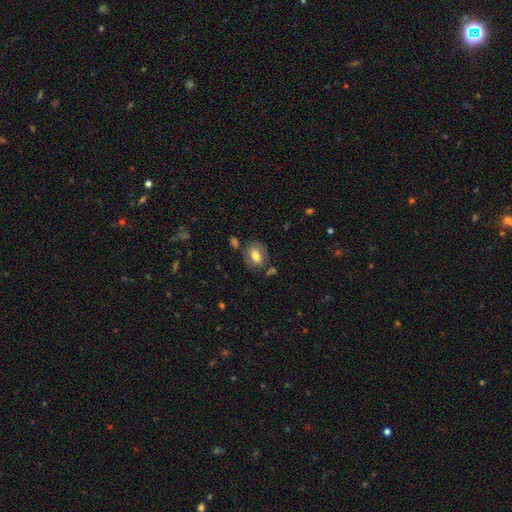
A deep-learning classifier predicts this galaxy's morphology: smooth_or_featured: smooth (p=0.63) [alt: featured or disk p=0.30]
how_rounded: in between (p=0.70) [alt: round p=0.29]
merging: none (p=0.69) [alt: minor disturbance p=0.16]